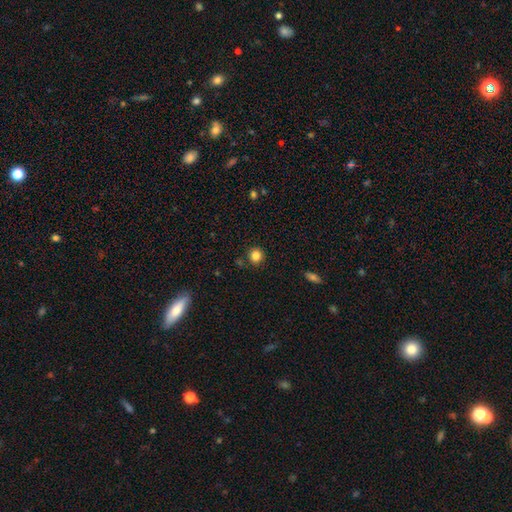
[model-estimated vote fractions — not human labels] Morphology: type=smooth (83%); roundness=round (92%); merging=none (88%).